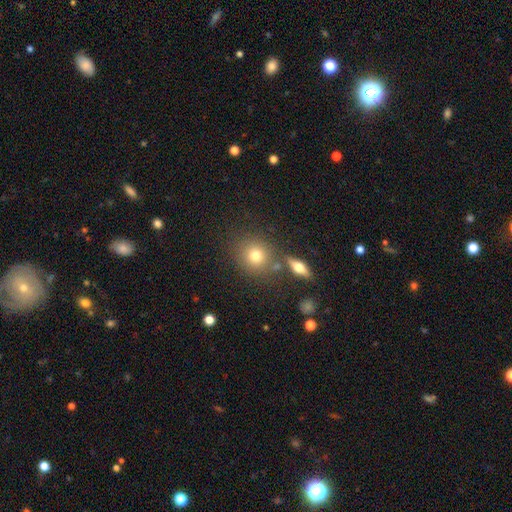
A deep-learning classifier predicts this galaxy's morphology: smooth 74%, featured or disk 13%, star or artifact 12%. Down the decision tree: how rounded — round (85%); merging — none (74%).